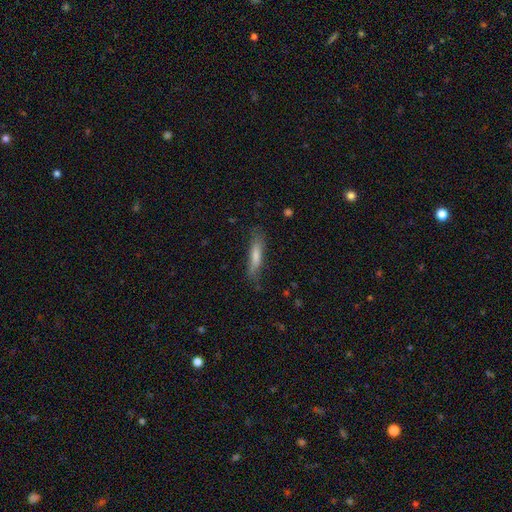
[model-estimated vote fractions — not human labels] This is likely a smooth galaxy (63%). How rounded: clearly cigar-shaped (85%). Merging: likely none (74%).